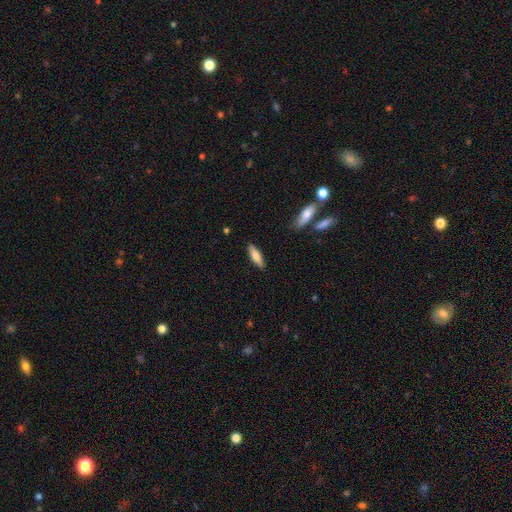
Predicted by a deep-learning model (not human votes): smooth_or_featured: smooth (p=0.70) [alt: featured or disk p=0.24]
how_rounded: cigar-shaped (p=0.55) [alt: in between p=0.43]
merging: none (p=0.88) [alt: minor disturbance p=0.09]